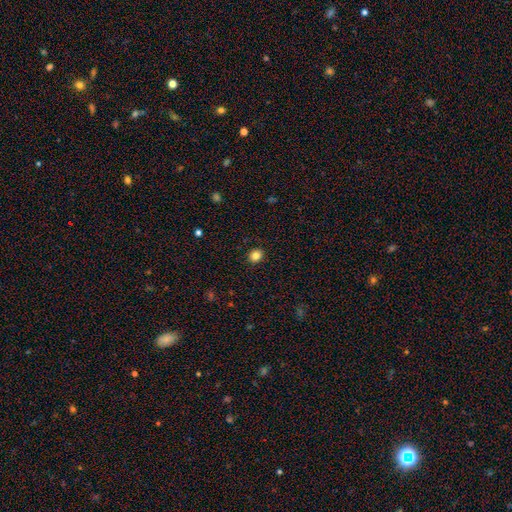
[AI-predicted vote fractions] This appears to be a smooth galaxy with no disk features (84%) that is round (79%). Merging: none (92%).